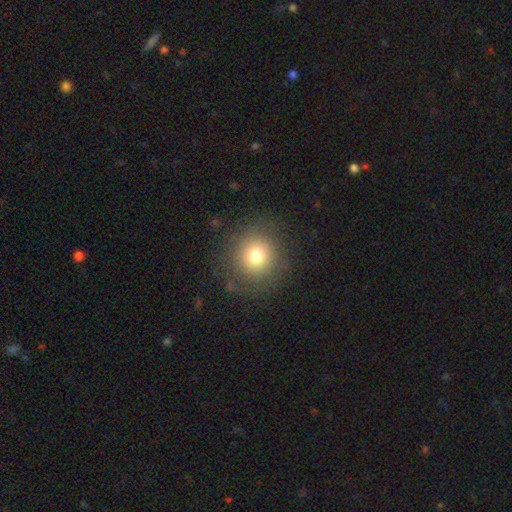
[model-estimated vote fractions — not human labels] smooth_or_featured: smooth (p=0.74) [alt: star or artifact p=0.14]
how_rounded: round (p=0.92) [alt: in between p=0.07]
merging: none (p=0.83) [alt: minor disturbance p=0.10]